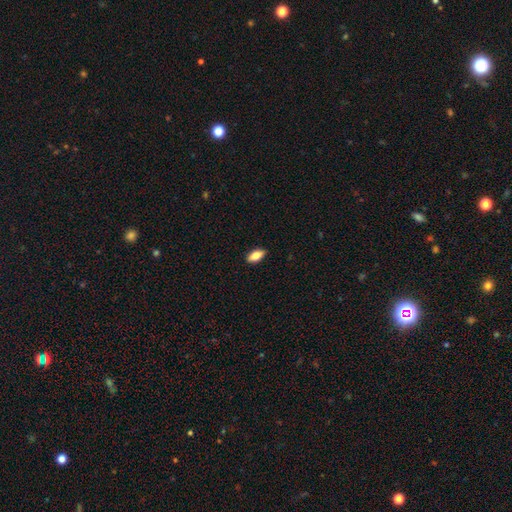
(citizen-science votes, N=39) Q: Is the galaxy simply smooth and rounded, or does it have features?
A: smooth — 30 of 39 (77%).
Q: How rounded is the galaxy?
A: in between — 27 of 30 (90%).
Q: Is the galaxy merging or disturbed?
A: none — 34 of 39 (87%).